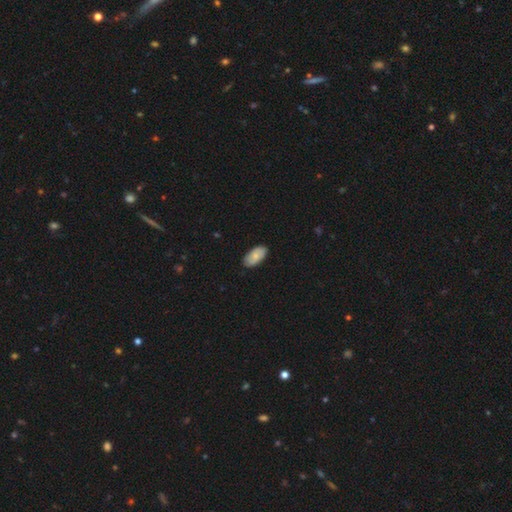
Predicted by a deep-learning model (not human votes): Overall: smooth (69%). How rounded: in between (94%). Merging: none (85%).